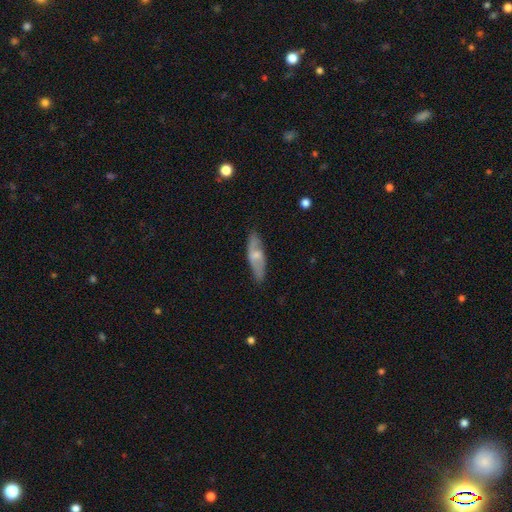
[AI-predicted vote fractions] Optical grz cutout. It shows a smooth galaxy with no disk features (48%). Merging: none (79%).